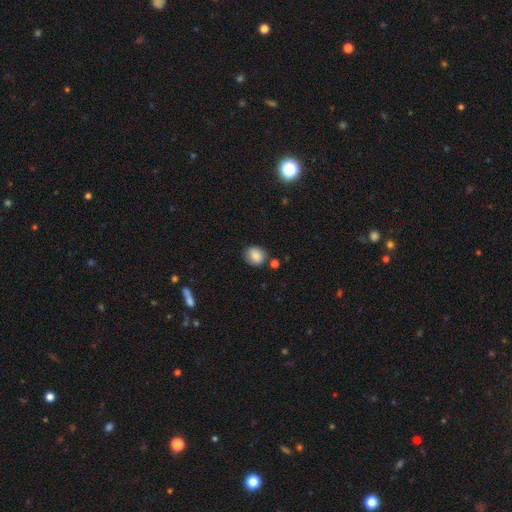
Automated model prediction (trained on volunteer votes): smooth-or-featured: smooth: 82% | star or artifact: 9% | featured or disk: 9%
  how-rounded: round: 65% | in between: 34% | cigar-shaped: 1%
  merging: none: 74% | minor disturbance: 16% | merger: 6% | major disturbance: 4%